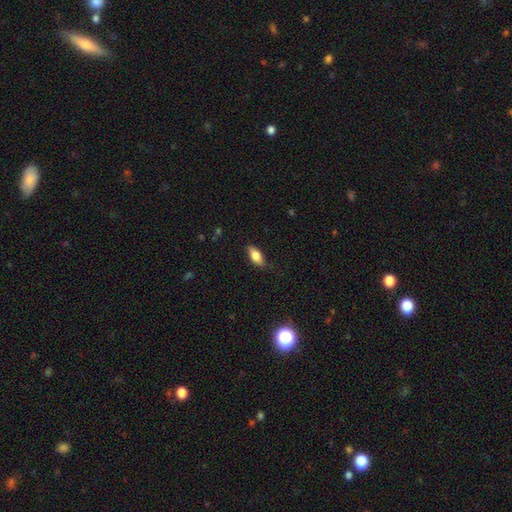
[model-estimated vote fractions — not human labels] Smooth or featured? smooth (76%)
How rounded? in between (83%)
Merging? none (78%)